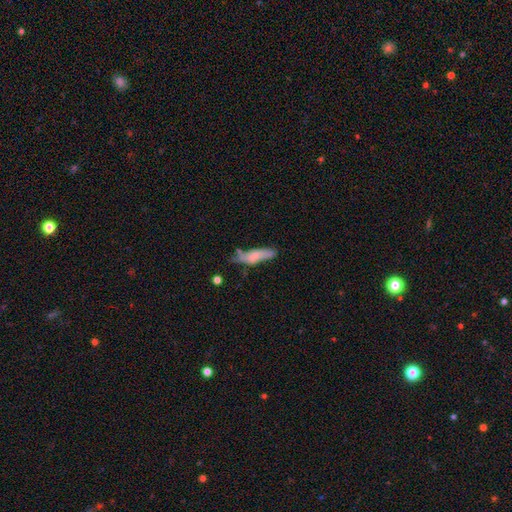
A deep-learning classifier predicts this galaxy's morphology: A smooth galaxy with no disk features (70%) that is cigar-shaped (64%). Merging: none (48%).